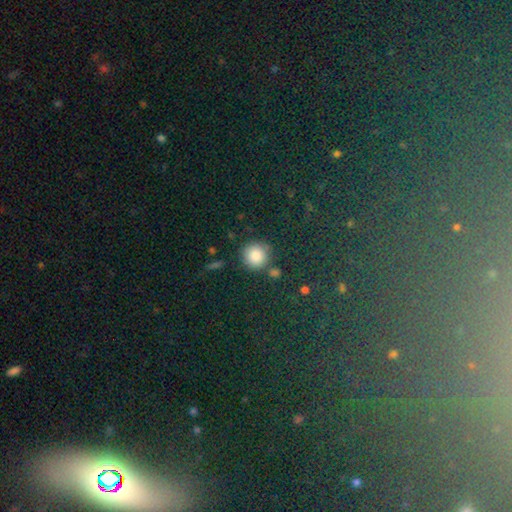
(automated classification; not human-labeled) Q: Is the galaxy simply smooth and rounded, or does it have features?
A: smooth — 85%.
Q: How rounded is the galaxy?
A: round — 91%.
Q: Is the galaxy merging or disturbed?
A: none — 74%.